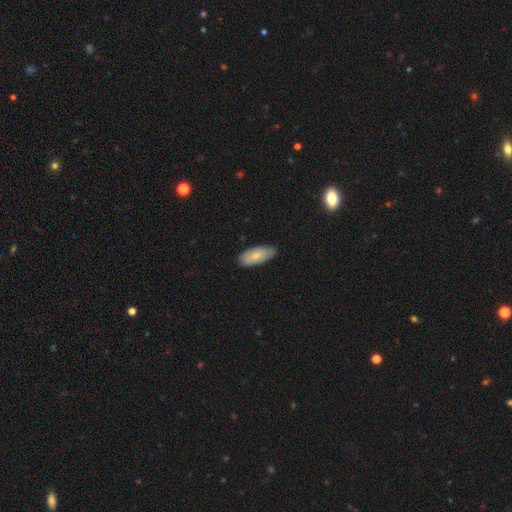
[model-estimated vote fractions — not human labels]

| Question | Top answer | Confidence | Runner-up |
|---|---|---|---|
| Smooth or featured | smooth | 74% | featured or disk (20%) |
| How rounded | in between | 88% | cigar-shaped (10%) |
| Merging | none | 78% | minor disturbance (18%) |